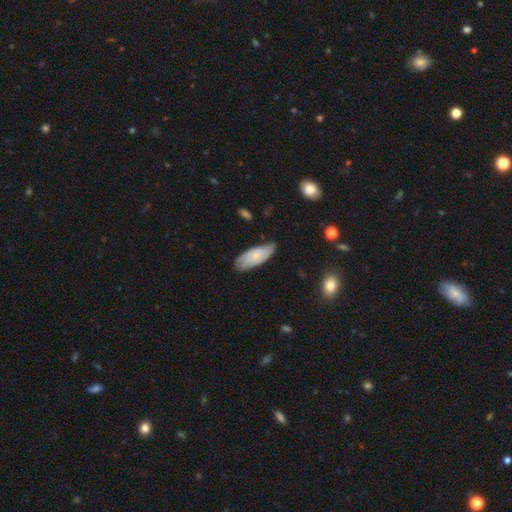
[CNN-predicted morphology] A smooth galaxy with no disk features (64%) that is in between round and cigar-shaped (80%). Merging: none (66%).